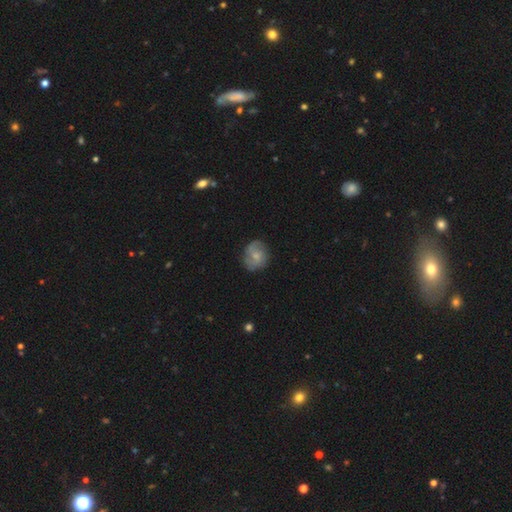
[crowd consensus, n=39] smooth-or-featured: smooth: 54% | featured or disk: 46% | star or artifact: 0%
  how-rounded: round: 76% | in between: 24% | cigar-shaped: 0%
  merging: none: 62% | minor disturbance: 28% | major disturbance: 8% | merger: 3%